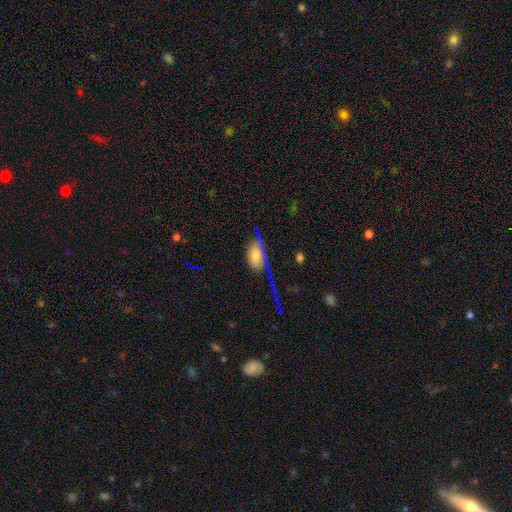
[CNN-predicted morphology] smooth-or-featured: smooth: 56% | featured or disk: 36% | star or artifact: 8%
  how-rounded: in between: 91% | round: 6% | cigar-shaped: 4%
  merging: major disturbance: 49% | none: 24% | minor disturbance: 22% | merger: 6%